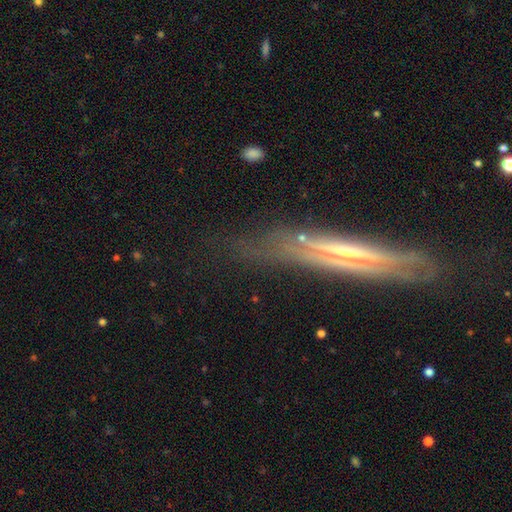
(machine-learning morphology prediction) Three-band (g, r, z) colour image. It shows a featured or disk galaxy (75%) viewed edge-on (85%) with a rounded central bulge (47%). Merging: none (73%).